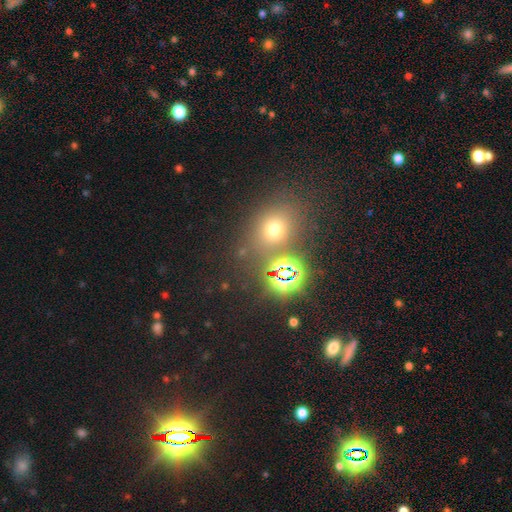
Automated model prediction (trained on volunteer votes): smooth-or-featured: star or artifact: 46% | smooth: 43% | featured or disk: 11%